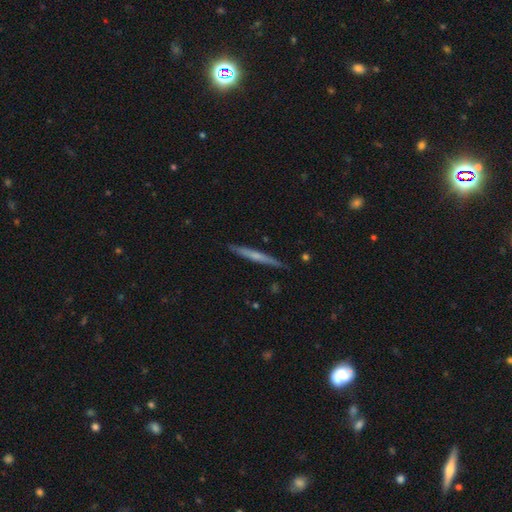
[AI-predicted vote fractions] smooth-or-featured: featured or disk: 51% | smooth: 43% | star or artifact: 6%
  disk-edge-on: yes: 97% | no: 3%
  merging: none: 89% | minor disturbance: 9% | major disturbance: 1% | merger: 1%